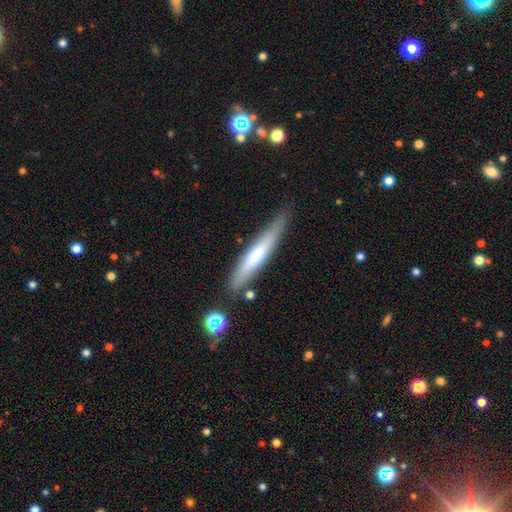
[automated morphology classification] smooth_or_featured: featured or disk (p=0.48) [alt: smooth p=0.45]
merging: none (p=0.81) [alt: minor disturbance p=0.13]